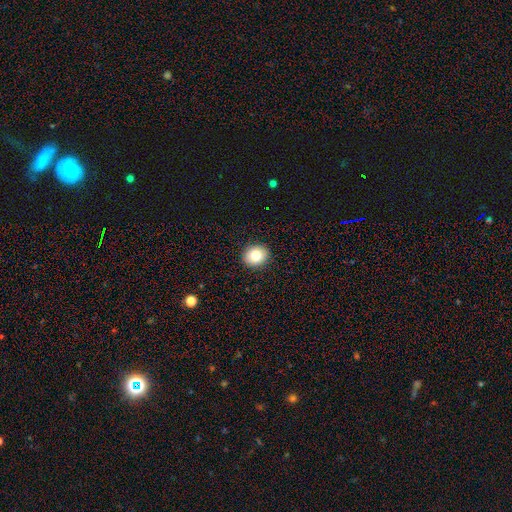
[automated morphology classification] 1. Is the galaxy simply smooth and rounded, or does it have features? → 81% smooth, 9% star or artifact, 9% featured or disk.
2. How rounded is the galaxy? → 70% round, 29% in between, 1% cigar-shaped.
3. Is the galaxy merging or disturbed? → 92% none, 6% minor disturbance, 2% major disturbance, 1% merger.